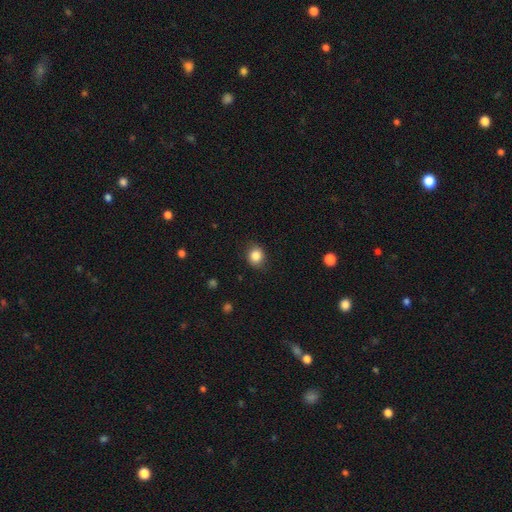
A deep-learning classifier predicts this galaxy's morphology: Smooth or featured: smooth — 84% (star or artifact — 10%)
How rounded: round — 72% (in between — 27%)
Merging: none — 85% (minor disturbance — 11%)